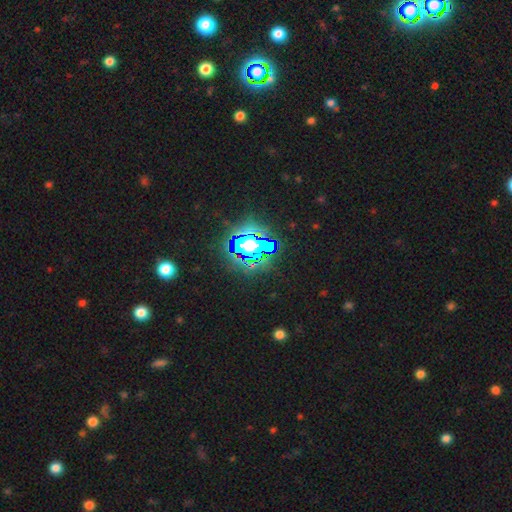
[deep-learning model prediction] The model was most divided on "smooth or featured": star or artifact: 60%, smooth: 24%, featured or disk: 15%.